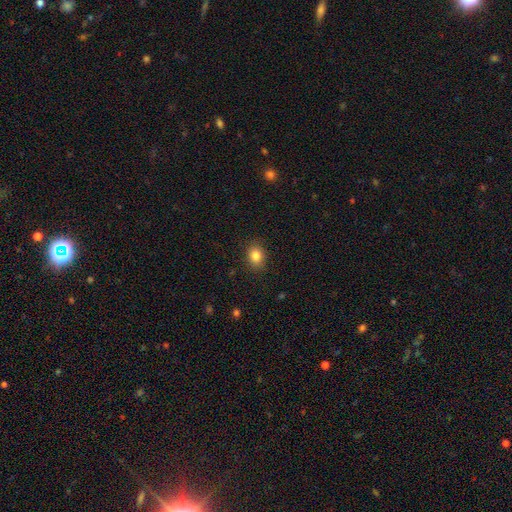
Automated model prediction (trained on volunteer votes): Smooth or featured? Predicted: smooth (p=0.84). How rounded? Predicted: in between (p=0.52). Merging? Predicted: none (p=0.87).